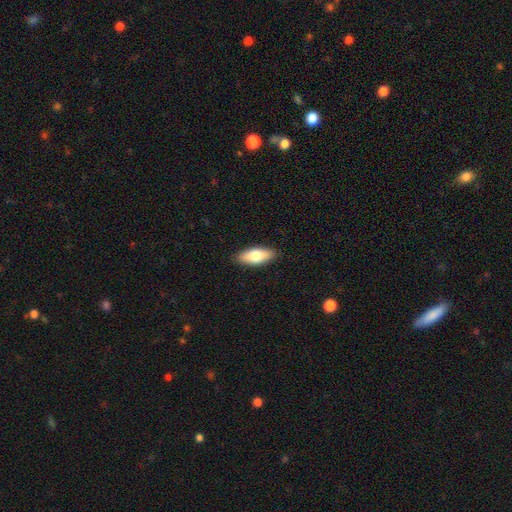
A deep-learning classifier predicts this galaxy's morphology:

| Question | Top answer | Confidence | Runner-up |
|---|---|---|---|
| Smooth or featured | smooth | 73% | featured or disk (21%) |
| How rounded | in between | 76% | cigar-shaped (22%) |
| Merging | none | 89% | minor disturbance (9%) |